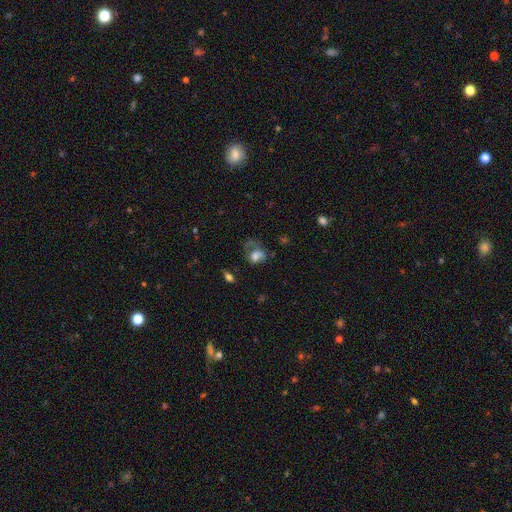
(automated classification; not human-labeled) smooth_or_featured: smooth (p=0.54) [alt: featured or disk p=0.33]
how_rounded: in between (p=0.56) [alt: round p=0.43]
merging: major disturbance (p=0.47) [alt: none p=0.27]